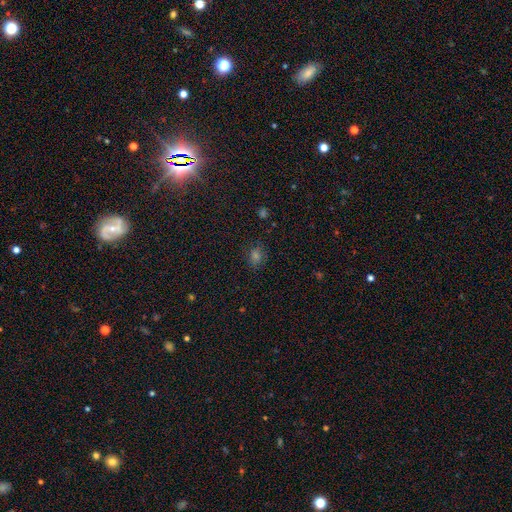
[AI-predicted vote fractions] Smooth or featured?
  - smooth: 62% *
  - star or artifact: 31%
  - featured or disk: 7%
How rounded?
  - round: 50% *
  - in between: 48%
  - cigar-shaped: 2%
Merging?
  - none: 85% *
  - minor disturbance: 11%
  - major disturbance: 3%
  - merger: 1%